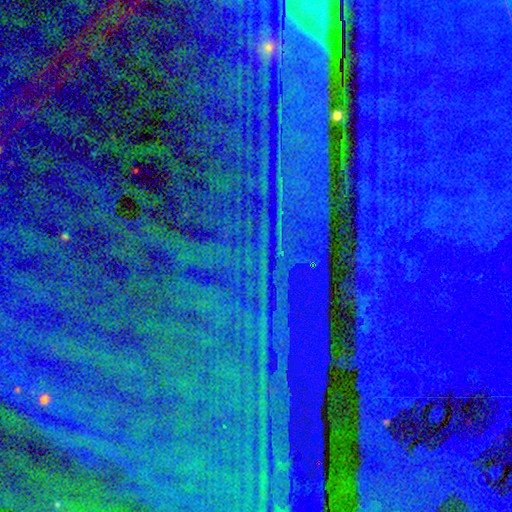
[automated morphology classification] Q: Smooth or featured?
A: star or artifact (87%); runner-up: featured or disk (7%)